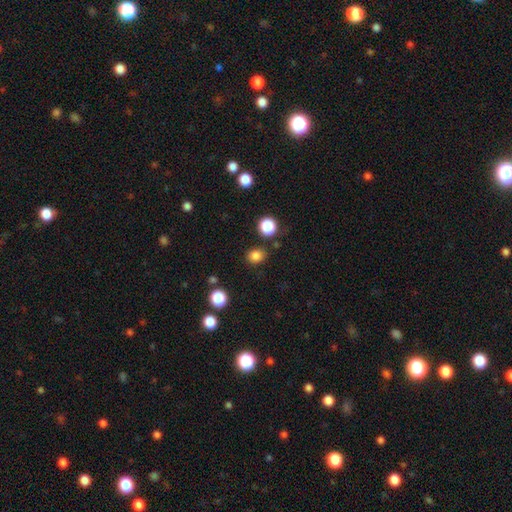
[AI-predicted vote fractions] Overall: smooth (83%). How rounded: round (65%; in between 34%). Merging: none (84%).